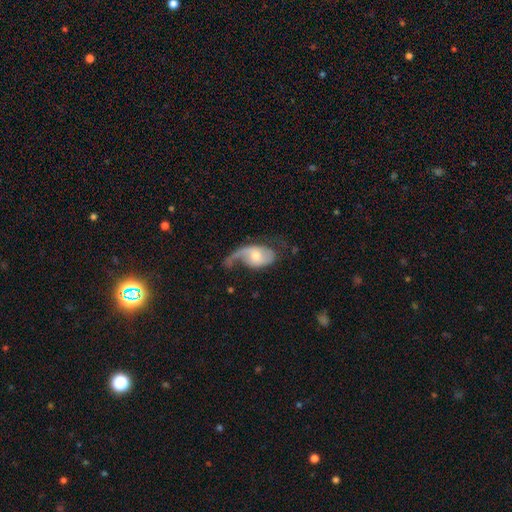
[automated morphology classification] This is likely a featured or disk galaxy (67%). It is clearly not viewed edge-on (96%). Bar: likely no (63%). Spiral arm pattern: clearly yes (86%). Spiral arm count: possibly 1 (52%). Spiral winding: likely loose (67%). Central bulge: possibly moderate (58%). Merging: marginally major disturbance (41%).